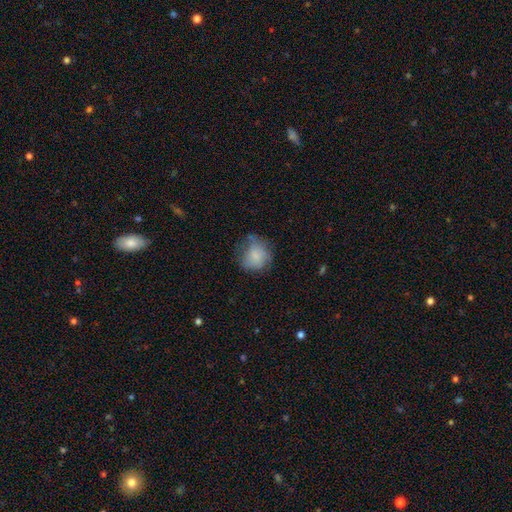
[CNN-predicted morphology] Smooth or featured? Predicted: smooth (p=0.73). How rounded? Predicted: round (p=0.76). Merging? Predicted: none (p=0.54).